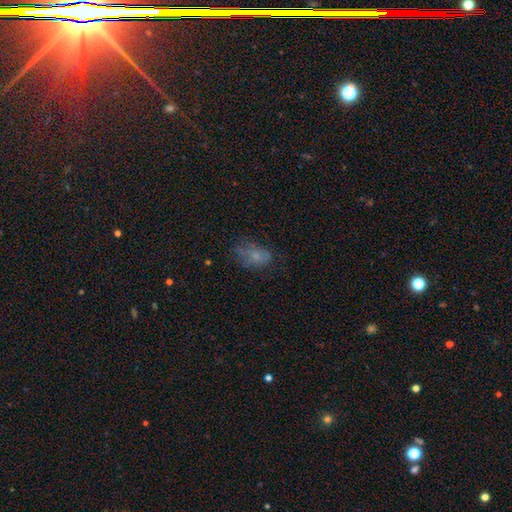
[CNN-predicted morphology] Overall: smooth (57%; featured or disk 27%). How rounded: in between (82%). Merging: none (50%; minor disturbance 27%).